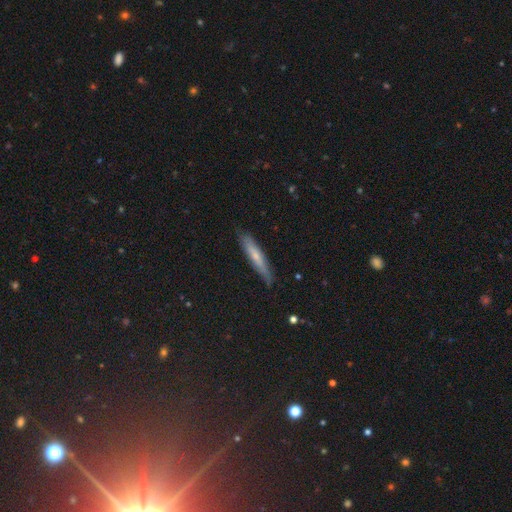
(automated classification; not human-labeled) This appears to be a smooth galaxy with no disk features (56%) that is cigar-shaped (91%). Merging: none (83%).